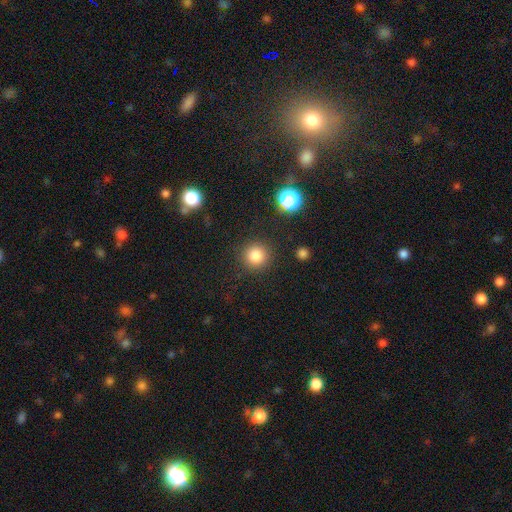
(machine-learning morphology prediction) Smooth or featured: smooth — 82% (star or artifact — 13%)
How rounded: round — 94% (in between — 5%)
Merging: none — 89% (minor disturbance — 6%)